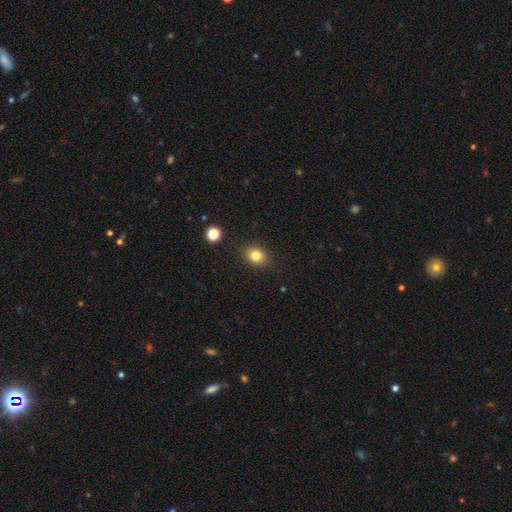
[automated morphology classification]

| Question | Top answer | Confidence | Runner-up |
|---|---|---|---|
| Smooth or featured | smooth | 82% | star or artifact (11%) |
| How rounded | round | 51% | in between (48%) |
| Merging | none | 87% | minor disturbance (9%) |